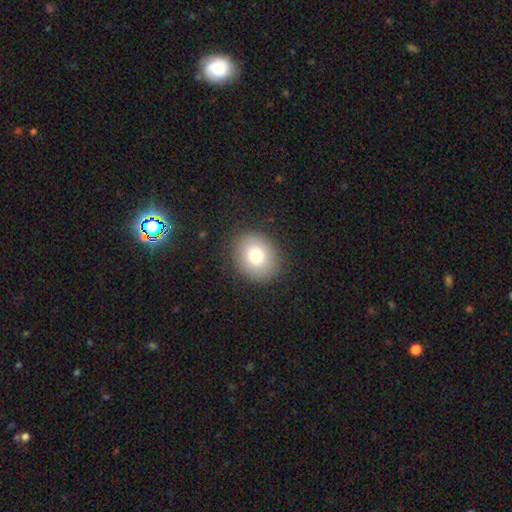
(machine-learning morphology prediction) Q: Smooth or featured?
A: smooth (78%); runner-up: featured or disk (13%)
Q: How rounded?
A: round (60%); runner-up: in between (39%)
Q: Merging?
A: none (87%); runner-up: minor disturbance (9%)